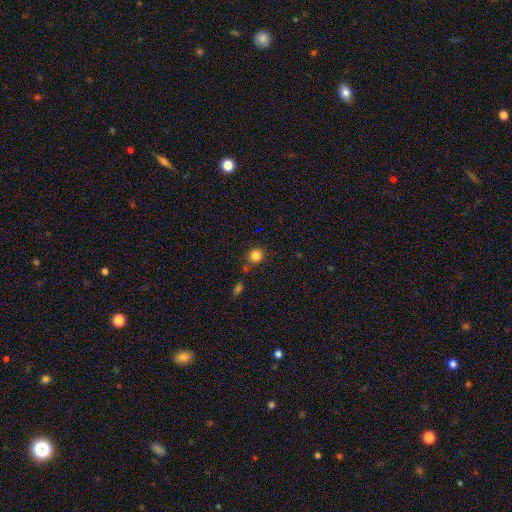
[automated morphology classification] Smooth or featured?
  - smooth: 82% *
  - star or artifact: 13%
  - featured or disk: 5%
How rounded?
  - round: 91% *
  - in between: 8%
  - cigar-shaped: 1%
Merging?
  - none: 76% *
  - minor disturbance: 12%
  - merger: 8%
  - major disturbance: 4%